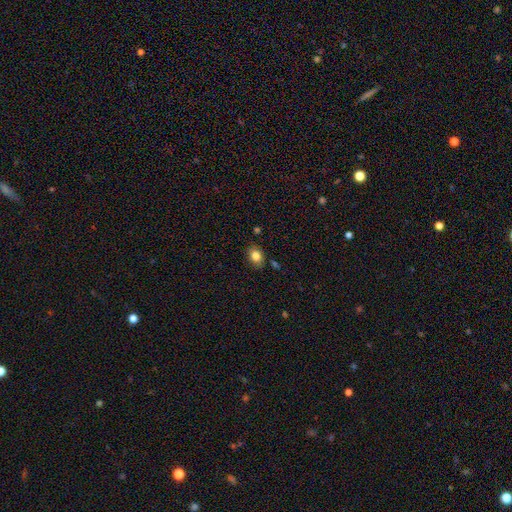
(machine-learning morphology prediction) smooth_or_featured: smooth (p=0.83) [alt: star or artifact p=0.10]
how_rounded: in between (p=0.65) [alt: round p=0.34]
merging: none (p=0.81) [alt: minor disturbance p=0.13]